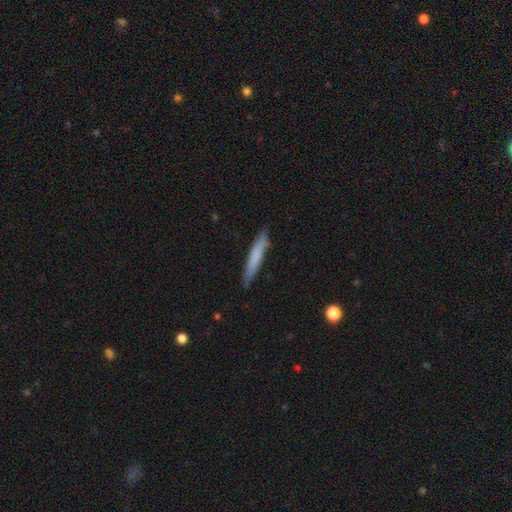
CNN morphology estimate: Q: Smooth or featured?
A: smooth (70%); runner-up: featured or disk (24%)
Q: How rounded?
A: cigar-shaped (94%); runner-up: in between (4%)
Q: Merging?
A: none (85%); runner-up: minor disturbance (11%)